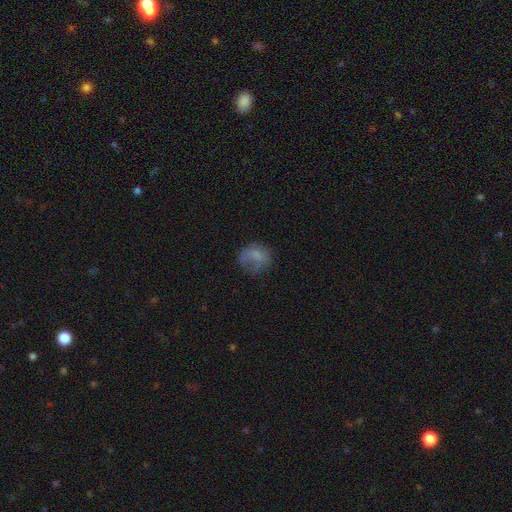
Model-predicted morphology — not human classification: Smooth or featured? Predicted: smooth (p=0.66). How rounded? Predicted: round (p=0.69). Merging? Predicted: none (p=0.46).